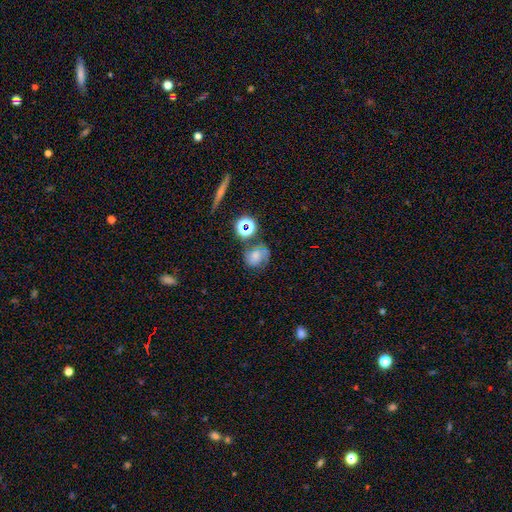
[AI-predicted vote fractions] Smooth or featured? smooth (47%)
Merging? none (49%)